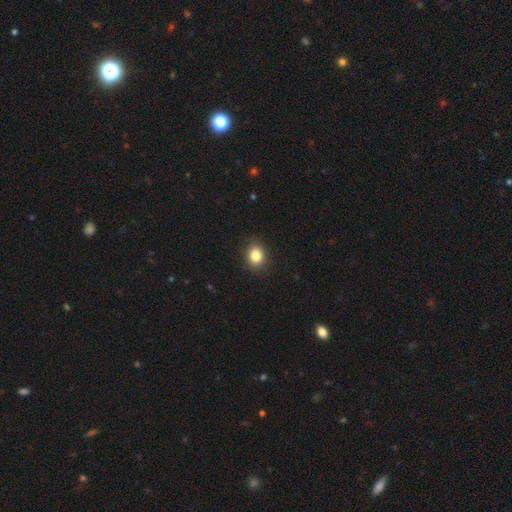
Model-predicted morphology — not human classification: A smooth galaxy with no disk features (84%) that is round (52%).

Vote fractions:
- Smooth or featured? smooth: 84% / star or artifact: 10% / featured or disk: 6%
- How rounded? round: 52% / in between: 47% / cigar-shaped: 1%
- Merging? none: 88% / minor disturbance: 9% / major disturbance: 2% / merger: 1%